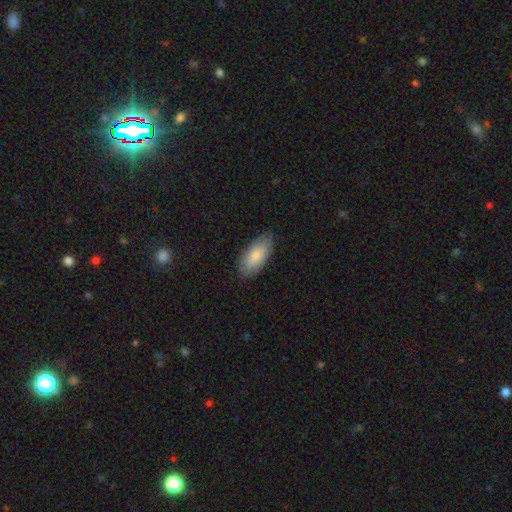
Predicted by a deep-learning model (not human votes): Morphology: type=smooth (83%); roundness=in between (90%); merging=none (84%).